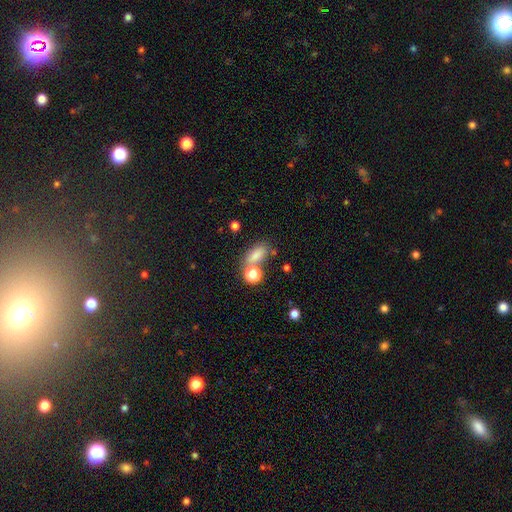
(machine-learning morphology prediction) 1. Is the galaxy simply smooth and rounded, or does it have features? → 77% smooth, 13% star or artifact, 10% featured or disk.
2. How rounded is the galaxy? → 75% in between, 15% round, 10% cigar-shaped.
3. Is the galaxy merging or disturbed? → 56% none, 23% merger, 15% minor disturbance, 7% major disturbance.